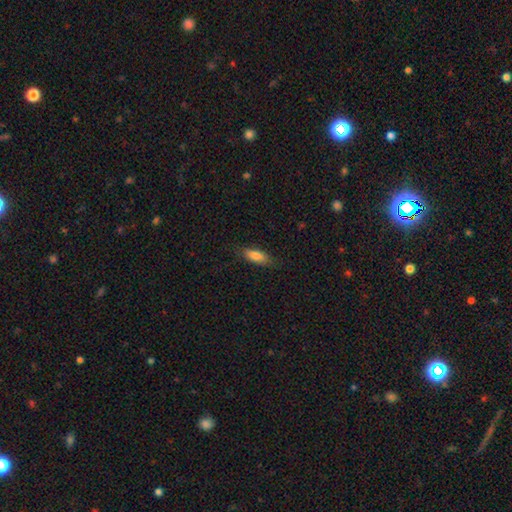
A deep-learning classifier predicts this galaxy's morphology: A smooth galaxy with no disk features (79%) that is in between round and cigar-shaped (69%).

Vote fractions:
- Smooth or featured? smooth: 79% / featured or disk: 14% / star or artifact: 7%
- How rounded? in between: 69% / cigar-shaped: 28% / round: 2%
- Merging? none: 81% / minor disturbance: 15% / major disturbance: 3% / merger: 1%